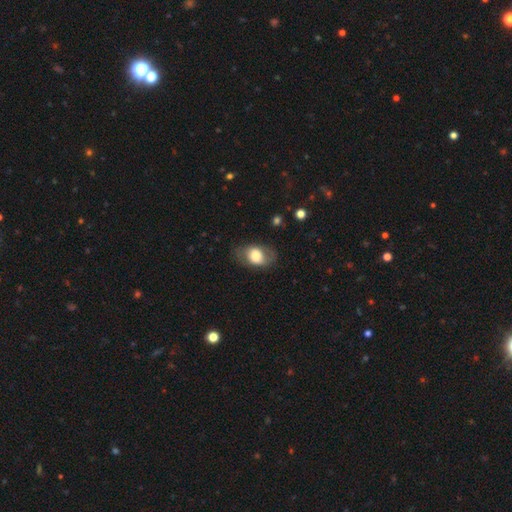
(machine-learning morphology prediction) This appears to be a smooth galaxy with no disk features (66%) that is in between round and cigar-shaped (82%). Merging: none (72%).